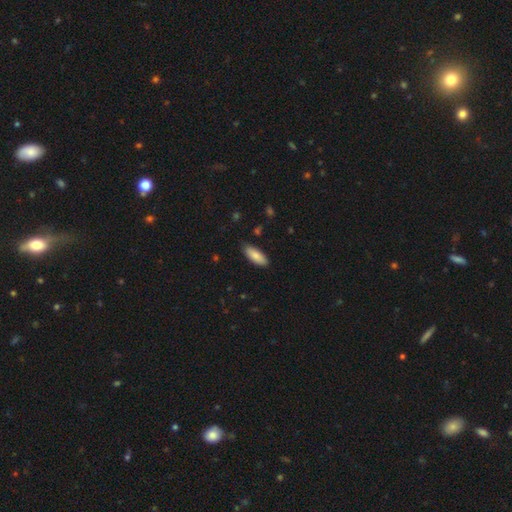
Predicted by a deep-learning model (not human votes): smooth 85%, featured or disk 9%, star or artifact 6%. Down the decision tree: how rounded — in between (76%); merging — none (85%).